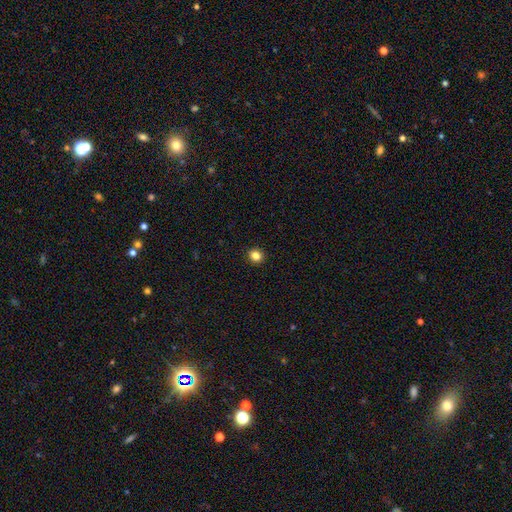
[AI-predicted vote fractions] smooth_or_featured: smooth (p=0.84) [alt: star or artifact p=0.12]
how_rounded: round (p=0.81) [alt: in between p=0.18]
merging: none (p=0.92) [alt: minor disturbance p=0.05]